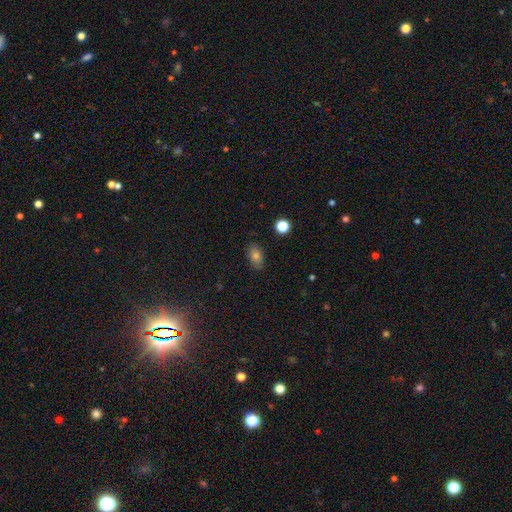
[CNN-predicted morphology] type=smooth (74%); roundness=in between (85%); merging=none (84%).